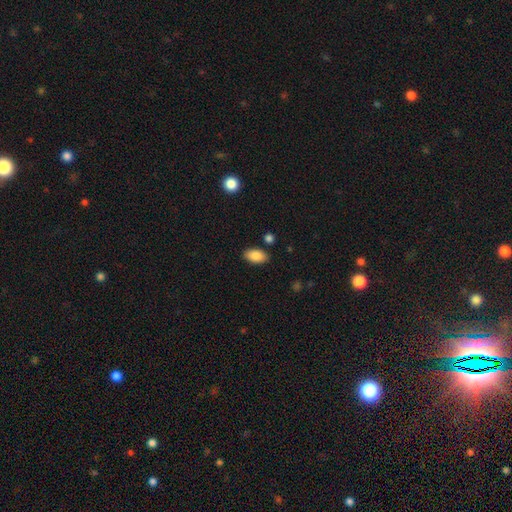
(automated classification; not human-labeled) smooth_or_featured: smooth (p=0.87) [alt: star or artifact p=0.07]
how_rounded: in between (p=0.93) [alt: round p=0.04]
merging: none (p=0.85) [alt: minor disturbance p=0.10]